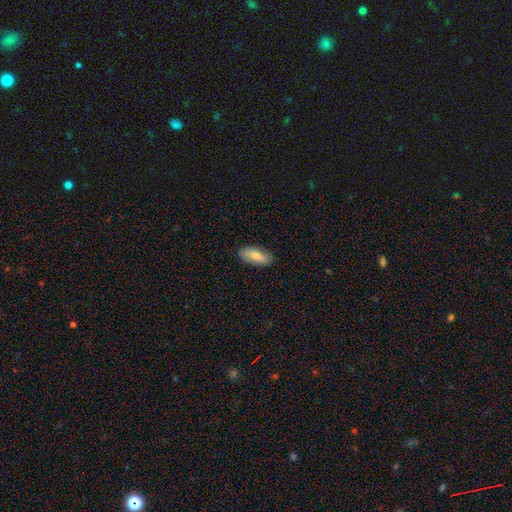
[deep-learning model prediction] Morphology: type=smooth (70%); roundness=in between (73%); merging=none (87%).